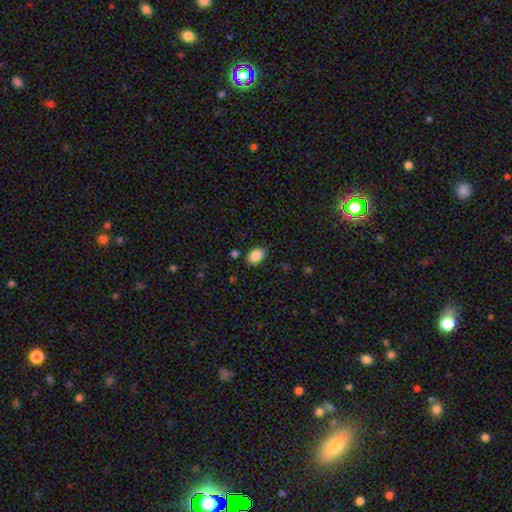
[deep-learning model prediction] smooth 87%, star or artifact 8%, featured or disk 5%. Down the decision tree: how rounded — in between (80%); merging — none (83%).